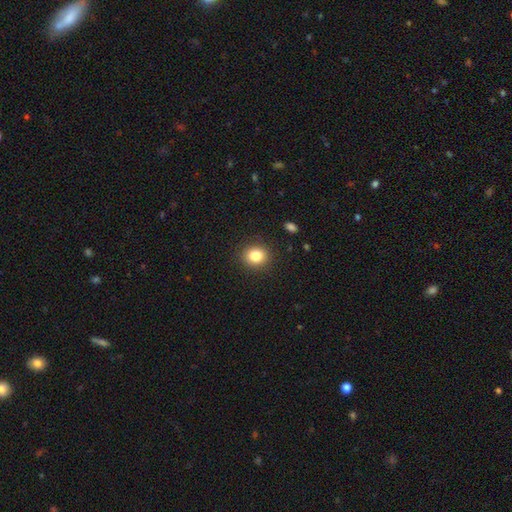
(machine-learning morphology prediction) type=smooth (83%); roundness=round (77%); merging=none (89%).